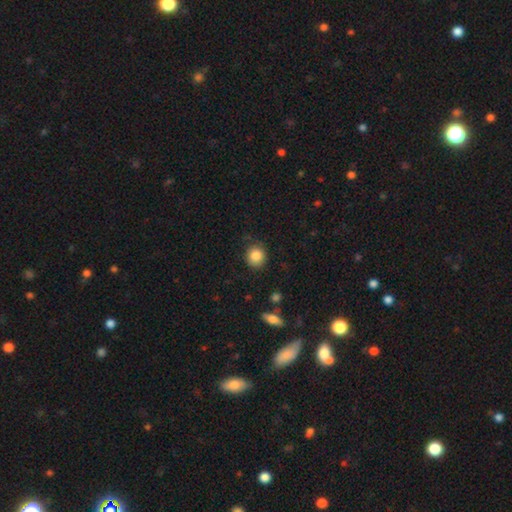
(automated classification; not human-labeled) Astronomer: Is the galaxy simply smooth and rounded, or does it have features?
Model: smooth — 86%.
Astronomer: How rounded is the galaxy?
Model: round — 85%.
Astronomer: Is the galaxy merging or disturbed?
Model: none — 83%.